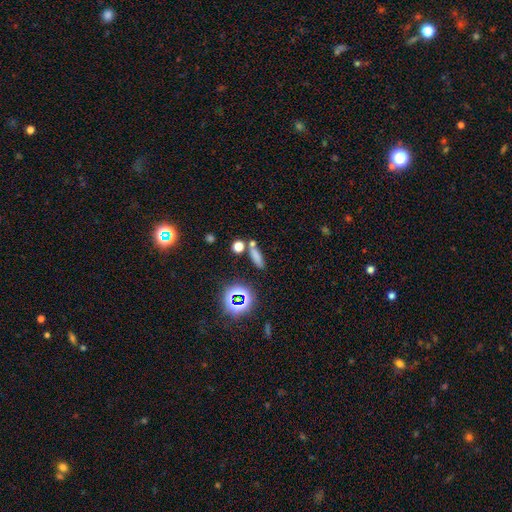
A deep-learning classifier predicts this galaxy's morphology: smooth_or_featured: smooth (p=0.69) [alt: star or artifact p=0.22]
how_rounded: cigar-shaped (p=0.54) [alt: in between p=0.35]
merging: none (p=0.72) [alt: merger p=0.13]